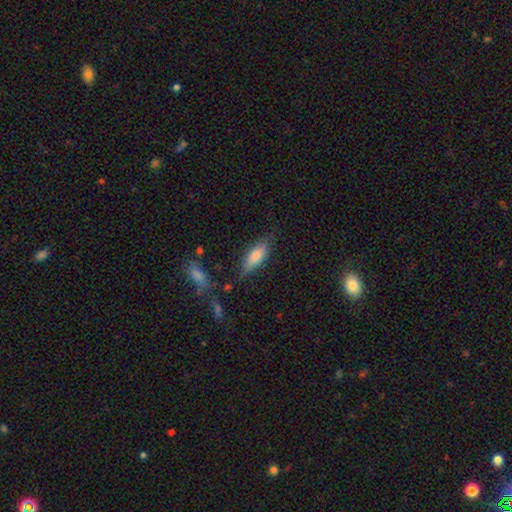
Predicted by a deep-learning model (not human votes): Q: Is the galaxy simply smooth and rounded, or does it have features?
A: smooth — 71%.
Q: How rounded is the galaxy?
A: in between — 52%.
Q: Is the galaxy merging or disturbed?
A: none — 72%.